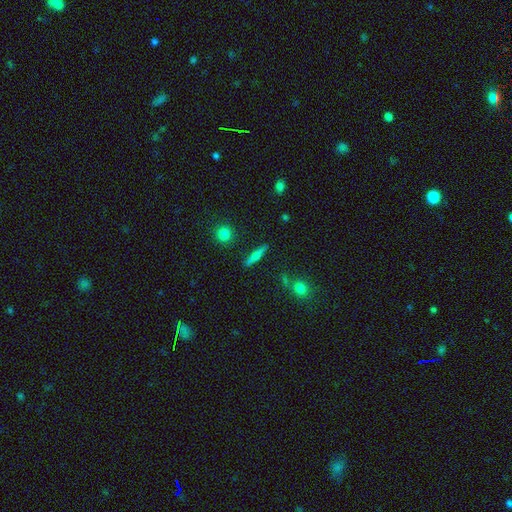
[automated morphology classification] type=featured or disk (50%); edge-on=yes (94%); merging=none (87%).